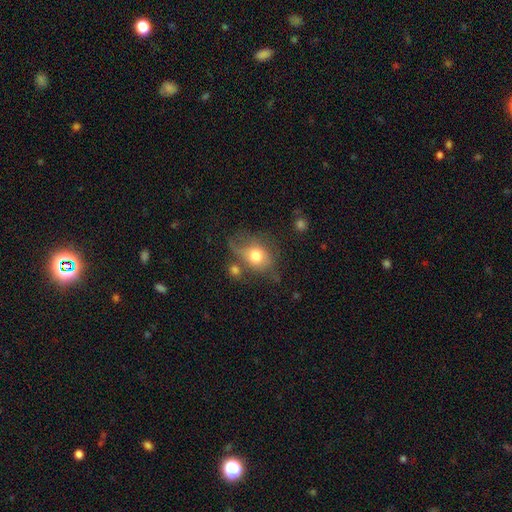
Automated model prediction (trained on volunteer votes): Smooth or featured?
  - smooth: 67% *
  - featured or disk: 24%
  - star or artifact: 10%
How rounded?
  - in between: 53% *
  - round: 45%
  - cigar-shaped: 2%
Merging?
  - none: 40% *
  - minor disturbance: 27%
  - major disturbance: 21%
  - merger: 13%